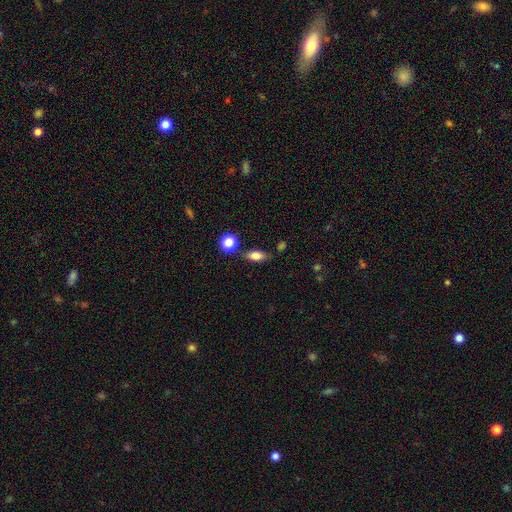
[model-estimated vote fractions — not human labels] Overall: smooth (75%). How rounded: in between (74%). Merging: none (74%).